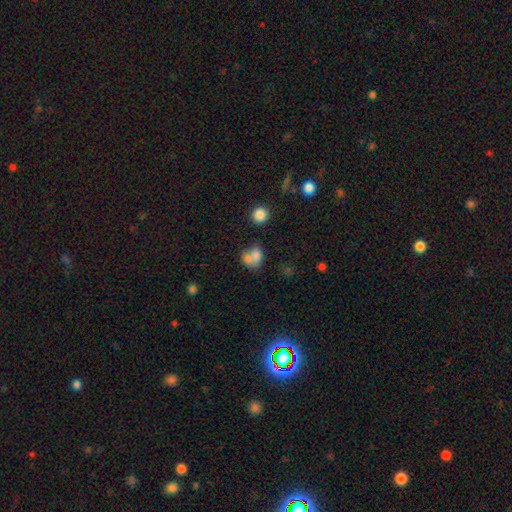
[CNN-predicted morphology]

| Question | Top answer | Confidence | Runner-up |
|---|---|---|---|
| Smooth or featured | smooth | 72% | featured or disk (18%) |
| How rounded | round | 50% | in between (48%) |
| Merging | merger | 58% | none (25%) |